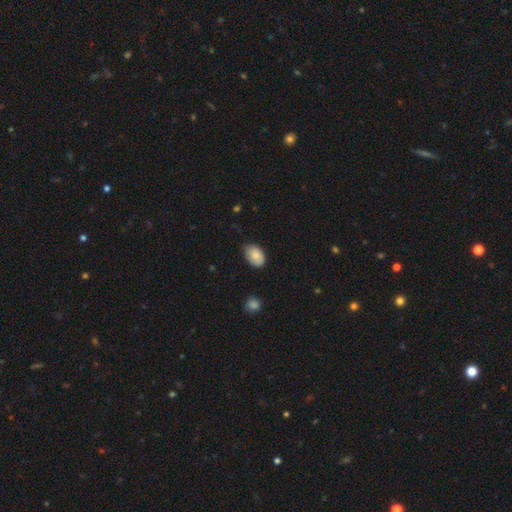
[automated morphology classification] Smooth or featured? smooth (84%)
How rounded? in between (89%)
Merging? none (69%)